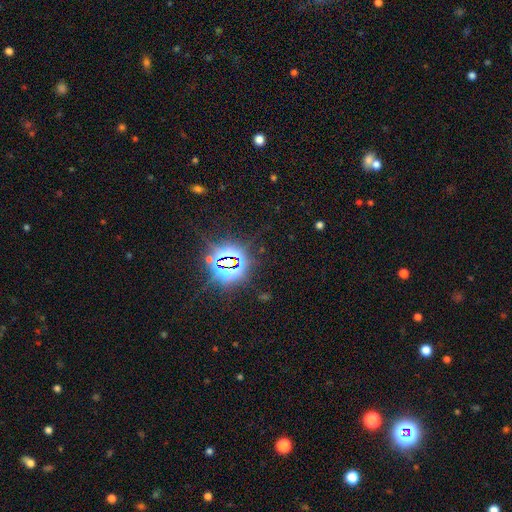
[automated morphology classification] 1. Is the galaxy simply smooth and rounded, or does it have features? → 83% star or artifact, 11% smooth, 6% featured or disk.